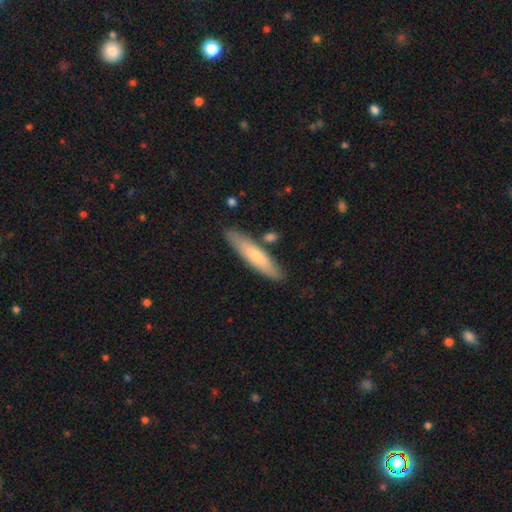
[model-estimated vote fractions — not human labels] This appears to be a smooth galaxy with no disk features (66%) that is cigar-shaped (82%). Merging: none (82%).